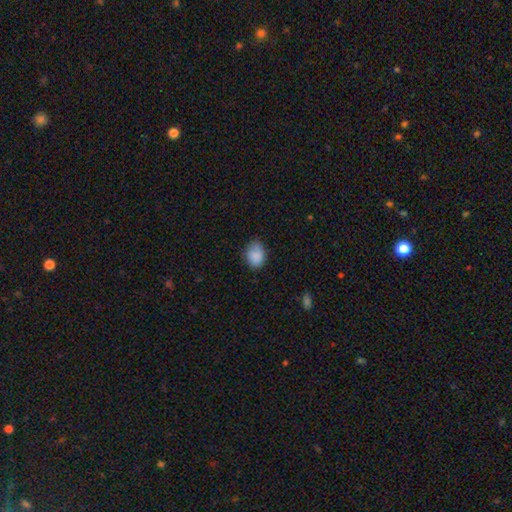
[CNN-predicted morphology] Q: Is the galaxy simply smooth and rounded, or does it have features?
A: smooth — 88%.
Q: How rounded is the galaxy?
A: in between — 67%.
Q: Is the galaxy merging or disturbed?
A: none — 72%.